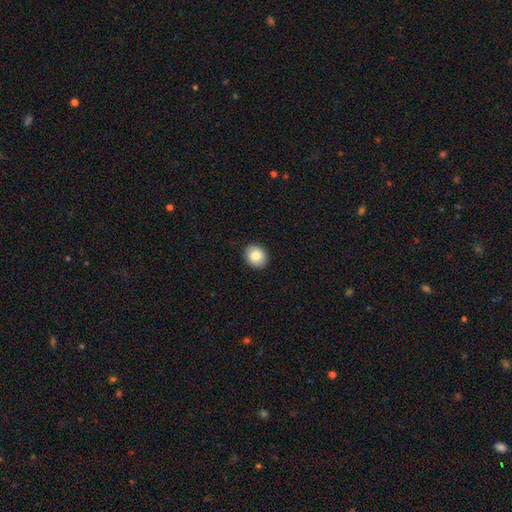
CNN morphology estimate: This is clearly a smooth galaxy (82%). How rounded: likely round (60%). Merging: clearly none (91%).